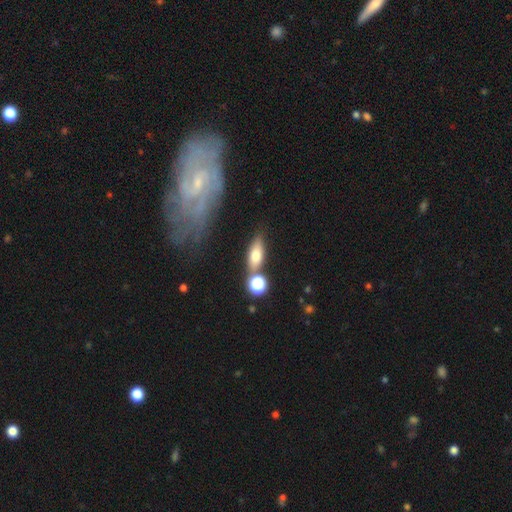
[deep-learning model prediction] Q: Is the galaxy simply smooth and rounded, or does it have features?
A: smooth — 67%.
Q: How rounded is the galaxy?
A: in between — 66%.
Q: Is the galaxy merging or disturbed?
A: none — 65%.